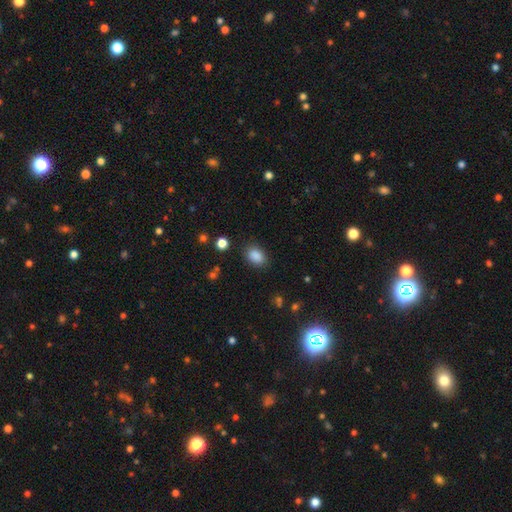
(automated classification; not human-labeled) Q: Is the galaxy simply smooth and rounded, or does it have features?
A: smooth — 86%.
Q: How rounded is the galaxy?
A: in between — 76%.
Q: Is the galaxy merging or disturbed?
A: none — 83%.